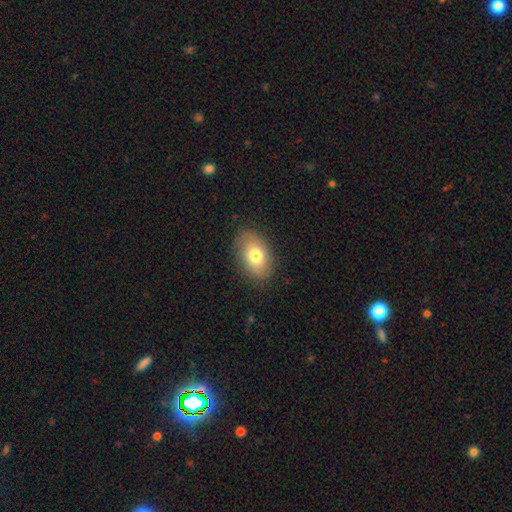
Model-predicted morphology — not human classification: smooth_or_featured: smooth (p=0.75) [alt: featured or disk p=0.17]
how_rounded: in between (p=0.86) [alt: round p=0.13]
merging: none (p=0.83) [alt: minor disturbance p=0.12]